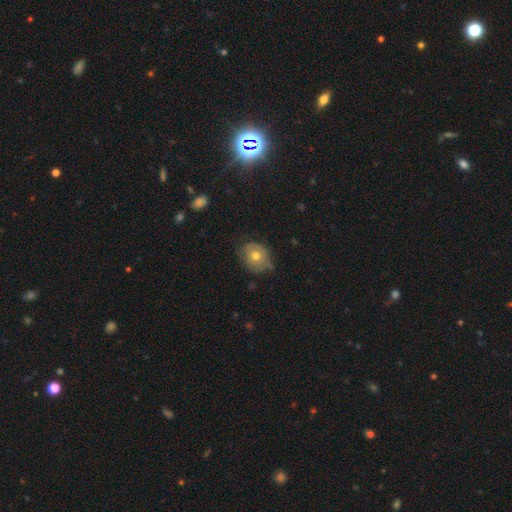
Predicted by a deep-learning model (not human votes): Morphology: type=smooth (66%); roundness=round (66%); merging=none (59%).